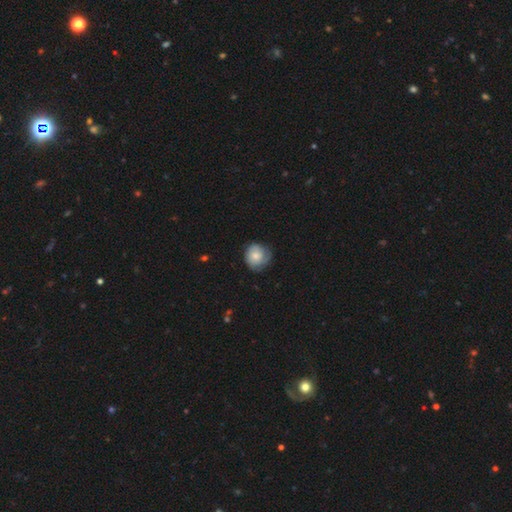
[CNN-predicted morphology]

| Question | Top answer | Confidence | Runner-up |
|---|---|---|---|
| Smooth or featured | smooth | 63% | featured or disk (30%) |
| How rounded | round | 84% | in between (15%) |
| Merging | none | 62% | minor disturbance (28%) |